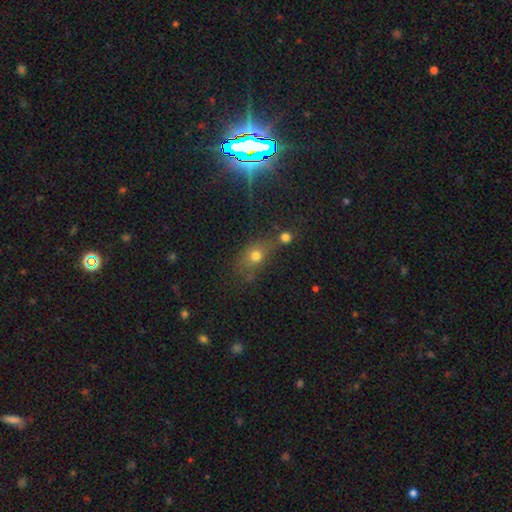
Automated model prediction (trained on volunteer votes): Morphology: type=smooth (67%); roundness=round (48%, tied with in between); merging=none (50%).